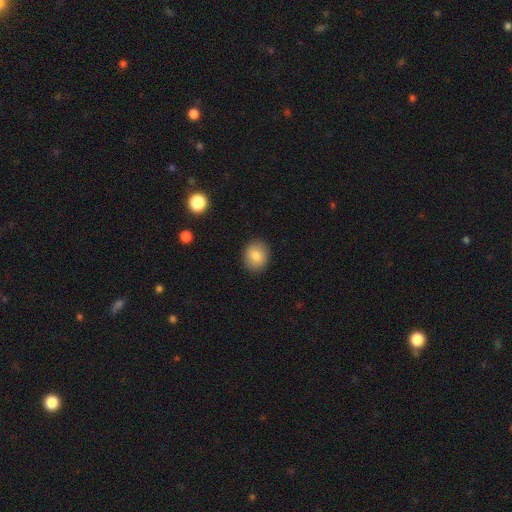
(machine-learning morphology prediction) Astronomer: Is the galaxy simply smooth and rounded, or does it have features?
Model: smooth — 82%.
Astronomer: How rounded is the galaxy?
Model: round — 67%.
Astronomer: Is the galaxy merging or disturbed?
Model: none — 89%.